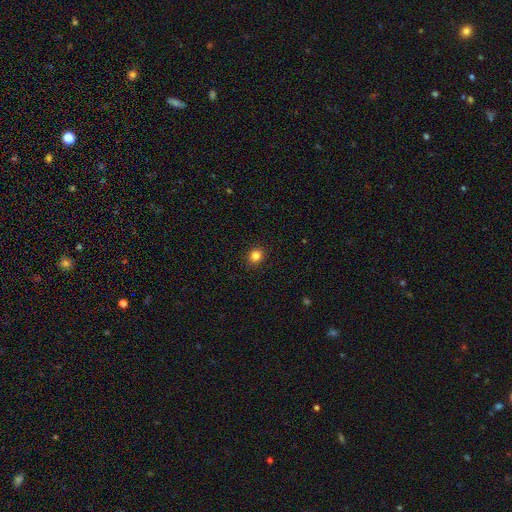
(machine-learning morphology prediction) Q: Smooth or featured?
A: smooth (84%); runner-up: star or artifact (12%)
Q: How rounded?
A: round (74%); runner-up: in between (25%)
Q: Merging?
A: none (91%); runner-up: minor disturbance (6%)